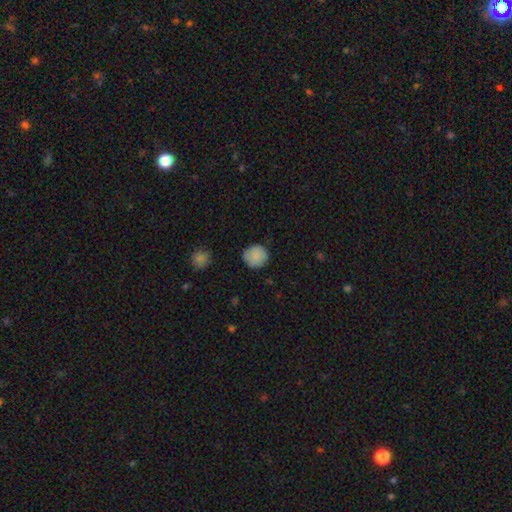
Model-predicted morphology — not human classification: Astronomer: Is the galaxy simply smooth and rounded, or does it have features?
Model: smooth — 85%.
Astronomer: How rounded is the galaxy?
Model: round — 90%.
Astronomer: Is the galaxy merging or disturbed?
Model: none — 81%.